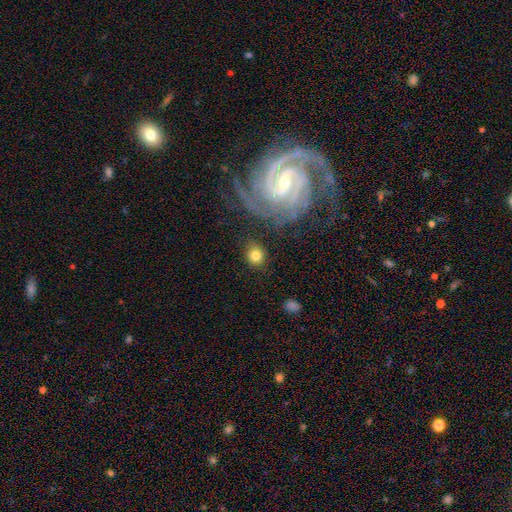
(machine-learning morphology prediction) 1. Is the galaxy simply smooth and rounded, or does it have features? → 77% smooth, 13% featured or disk, 9% star or artifact.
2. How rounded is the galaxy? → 76% round, 23% in between, 1% cigar-shaped.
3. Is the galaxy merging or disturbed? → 80% none, 11% minor disturbance, 5% major disturbance, 4% merger.